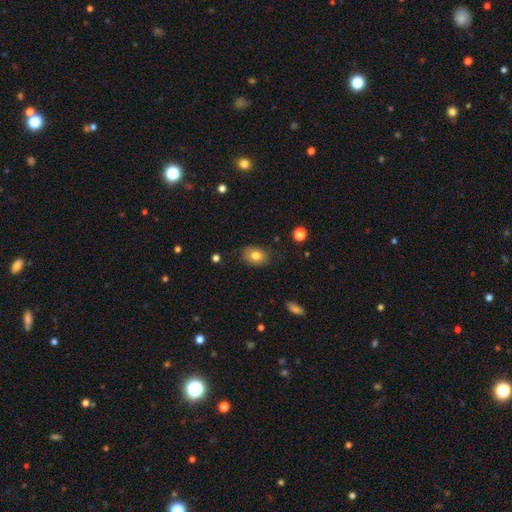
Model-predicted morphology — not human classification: smooth-or-featured: smooth: 80% | featured or disk: 11% | star or artifact: 9%
  how-rounded: in between: 74% | round: 25% | cigar-shaped: 1%
  merging: none: 82% | minor disturbance: 13% | major disturbance: 3% | merger: 1%